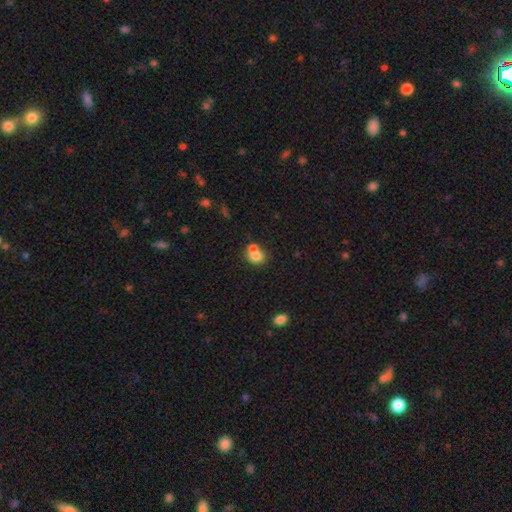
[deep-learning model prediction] Morphology: type=smooth (74%); roundness=round (66%); merging=merger (55%).